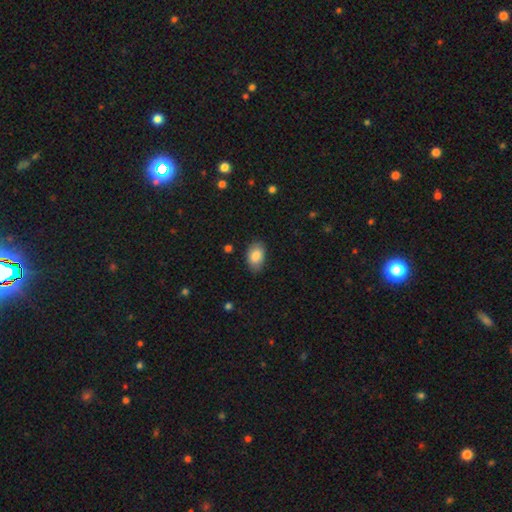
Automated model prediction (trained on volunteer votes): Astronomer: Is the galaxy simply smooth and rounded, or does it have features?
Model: smooth — 85%.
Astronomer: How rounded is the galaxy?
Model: in between — 91%.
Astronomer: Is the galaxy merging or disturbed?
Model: none — 82%.